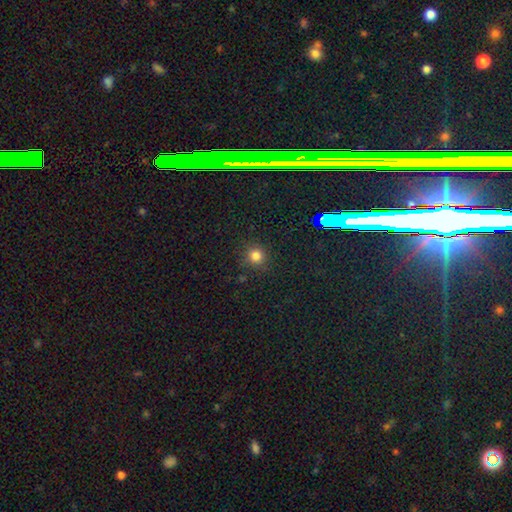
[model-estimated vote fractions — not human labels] A smooth galaxy with no disk features (79%) that is round (92%).

Vote fractions:
- Smooth or featured? smooth: 79% / star or artifact: 16% / featured or disk: 5%
- How rounded? round: 92% / in between: 7% / cigar-shaped: 1%
- Merging? none: 86% / minor disturbance: 9% / major disturbance: 3% / merger: 2%